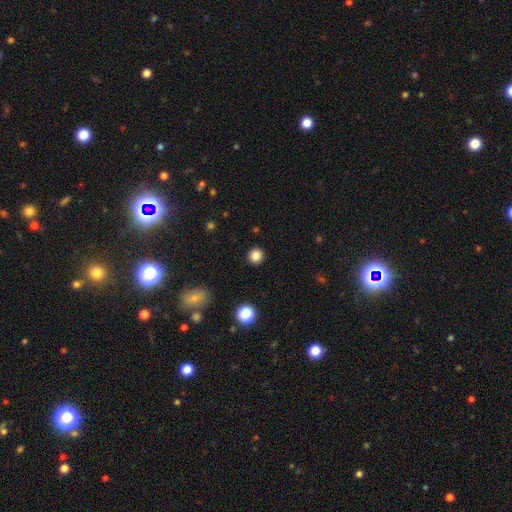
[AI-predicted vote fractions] Smooth or featured: smooth — 85% (star or artifact — 12%)
How rounded: round — 95% (in between — 4%)
Merging: none — 93% (minor disturbance — 5%)